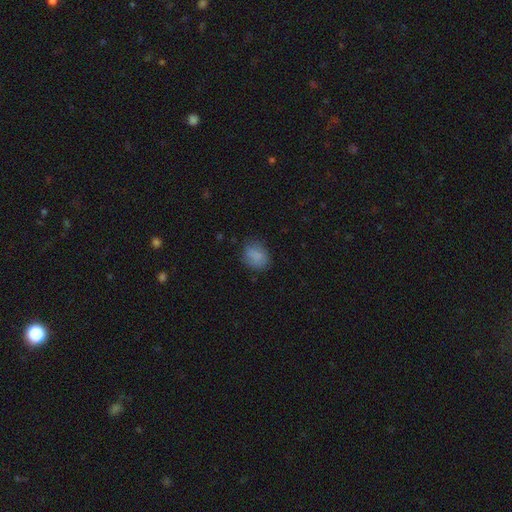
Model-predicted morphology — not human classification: This is clearly a smooth galaxy (84%). How rounded: possibly in between (50%). Merging: likely none (75%).